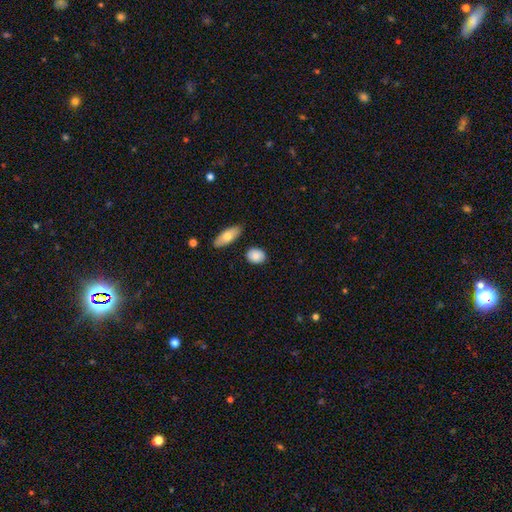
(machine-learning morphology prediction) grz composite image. It shows a smooth galaxy with no disk features (85%) that is in between round and cigar-shaped (56%). Merging: none (83%).